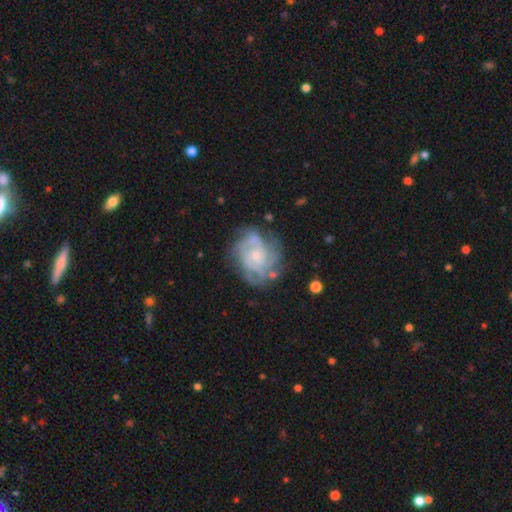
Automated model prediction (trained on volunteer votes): Morphology: type=featured or disk (84%); edge-on=no (98%); bar=no (72%); spiral arms=yes (93%); winding=tight (55%); arm count=can't tell (32%); bulge=small (68%); merging=none (68%).